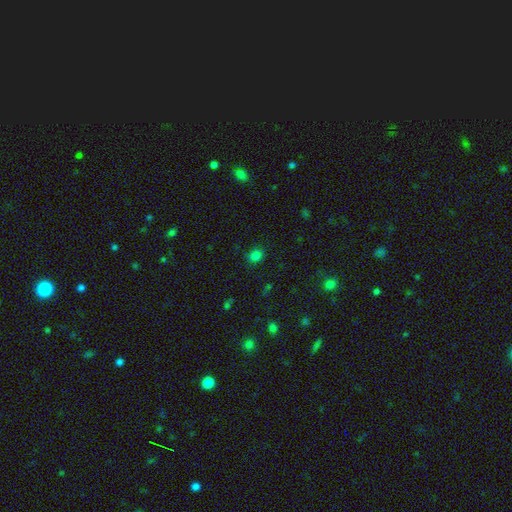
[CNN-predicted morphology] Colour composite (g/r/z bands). It shows a smooth galaxy with no disk features (78%) that is round (60%). Merging: none (84%).